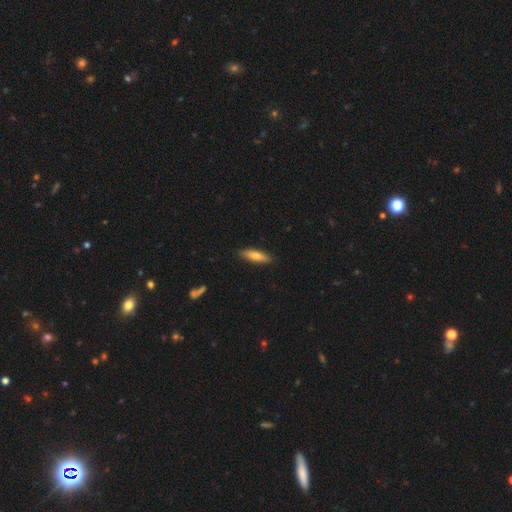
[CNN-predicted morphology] This is likely a smooth galaxy (70%). How rounded: likely cigar-shaped (61%). Merging: clearly none (86%).